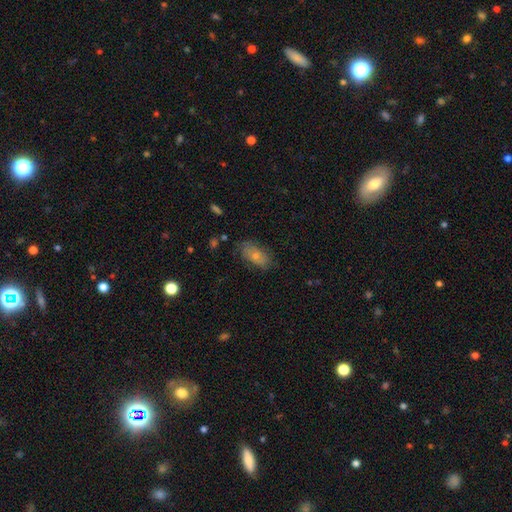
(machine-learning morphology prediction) Smooth or featured?
  - smooth: 65% *
  - featured or disk: 27%
  - star or artifact: 8%
How rounded?
  - in between: 91% *
  - round: 5%
  - cigar-shaped: 4%
Merging?
  - none: 71% *
  - minor disturbance: 21%
  - major disturbance: 6%
  - merger: 2%